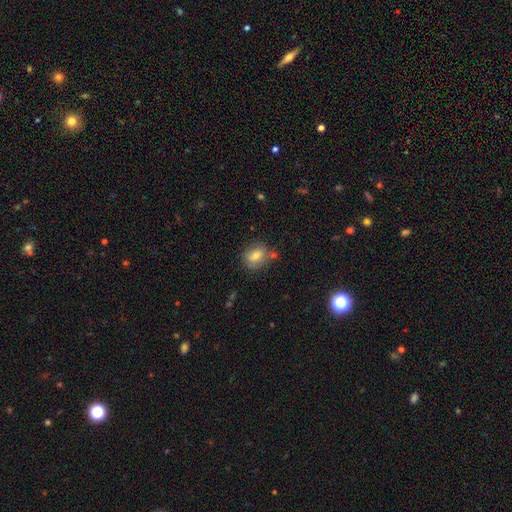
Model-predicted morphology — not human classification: A smooth galaxy with no disk features (71%) that is round (53%).

Vote fractions:
- Smooth or featured? smooth: 71% / featured or disk: 17% / star or artifact: 12%
- How rounded? round: 53% / in between: 45% / cigar-shaped: 2%
- Merging? none: 71% / minor disturbance: 16% / merger: 8% / major disturbance: 4%